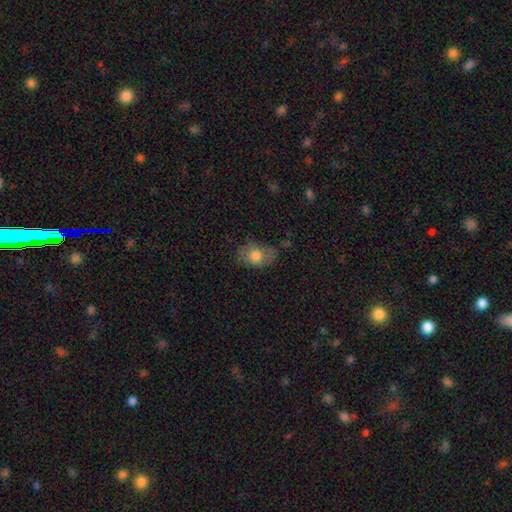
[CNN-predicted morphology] type=smooth (70%); roundness=in between (75%); merging=none (56%).